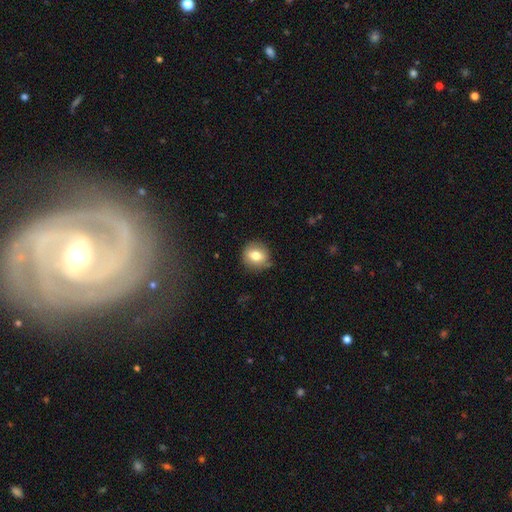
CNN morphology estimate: A smooth galaxy with no disk features (75%) that is round (82%).

Vote fractions:
- Smooth or featured? smooth: 75% / featured or disk: 16% / star or artifact: 9%
- How rounded? round: 82% / in between: 17% / cigar-shaped: 1%
- Merging? none: 82% / minor disturbance: 14% / major disturbance: 3% / merger: 1%